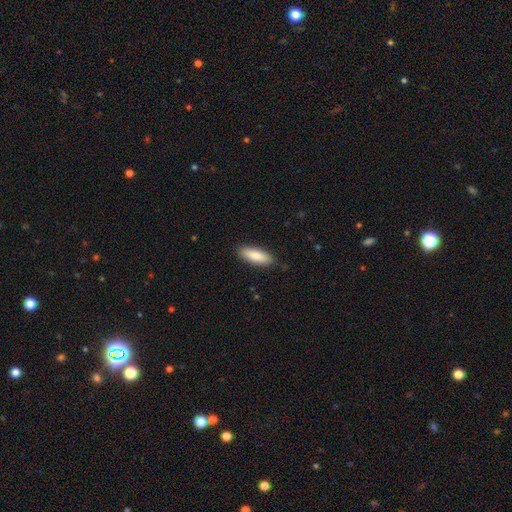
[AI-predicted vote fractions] Smooth or featured? smooth (85%)
How rounded? in between (61%)
Merging? none (86%)